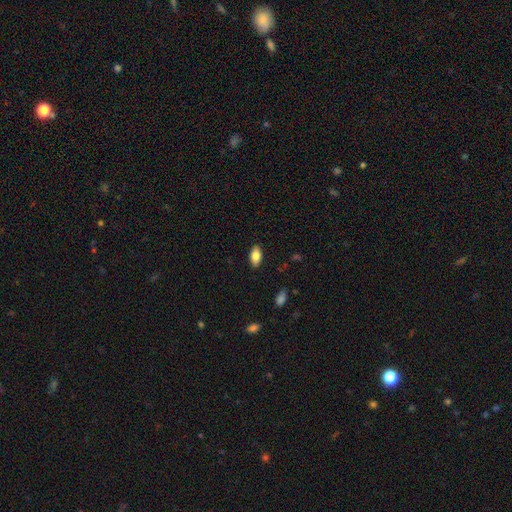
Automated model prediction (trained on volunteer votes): Smooth or featured?
  - smooth: 81% *
  - featured or disk: 12%
  - star or artifact: 7%
How rounded?
  - in between: 92% *
  - cigar-shaped: 5%
  - round: 3%
Merging?
  - none: 88% *
  - minor disturbance: 9%
  - major disturbance: 2%
  - merger: 1%